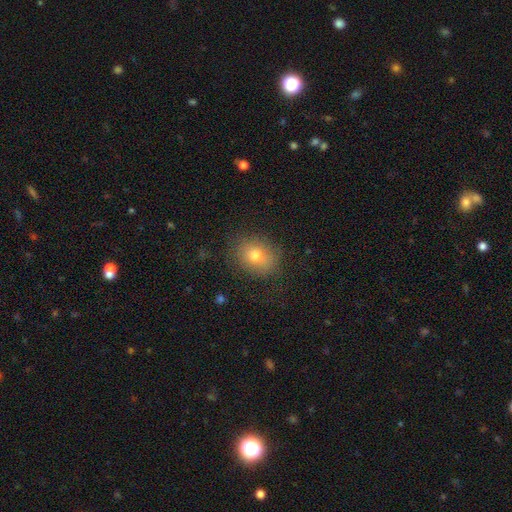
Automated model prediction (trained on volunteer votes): This is likely a smooth galaxy (76%). How rounded: possibly round (55%). Merging: clearly none (81%).